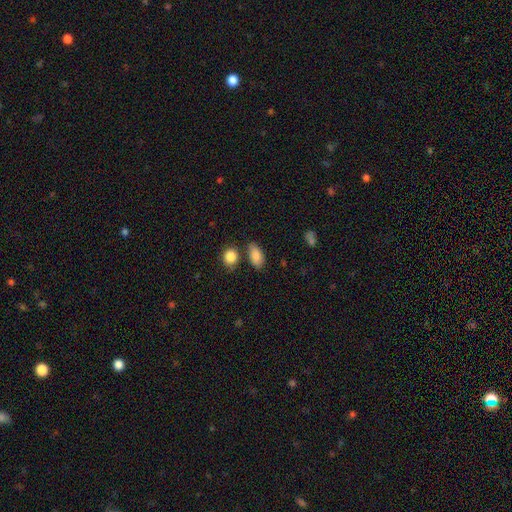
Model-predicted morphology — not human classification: Smooth or featured? Predicted: smooth (p=0.86). How rounded? Predicted: in between (p=0.90). Merging? Predicted: none (p=0.70).